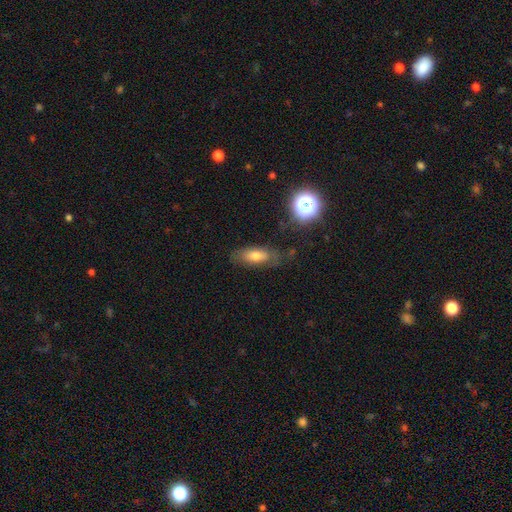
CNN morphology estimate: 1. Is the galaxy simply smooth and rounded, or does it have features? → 66% smooth, 23% featured or disk, 11% star or artifact.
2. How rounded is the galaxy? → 78% in between, 17% cigar-shaped, 5% round.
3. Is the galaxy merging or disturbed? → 66% none, 21% minor disturbance, 9% major disturbance, 3% merger.